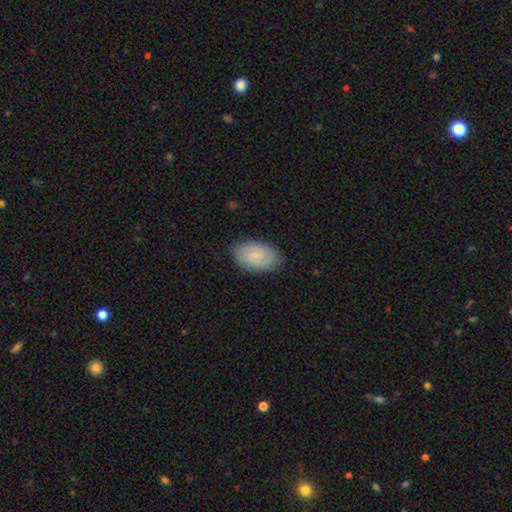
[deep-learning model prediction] This is possibly a smooth galaxy (50%). How rounded: clearly in between (92%). Merging: clearly none (83%).